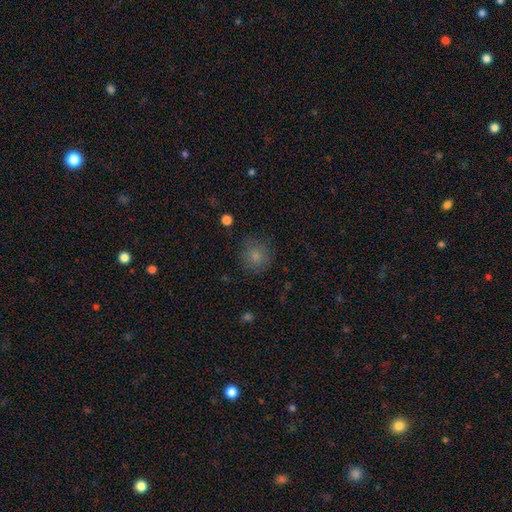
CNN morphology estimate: Q: Smooth or featured?
A: smooth (82%); runner-up: star or artifact (11%)
Q: How rounded?
A: round (90%); runner-up: in between (10%)
Q: Merging?
A: none (81%); runner-up: minor disturbance (13%)